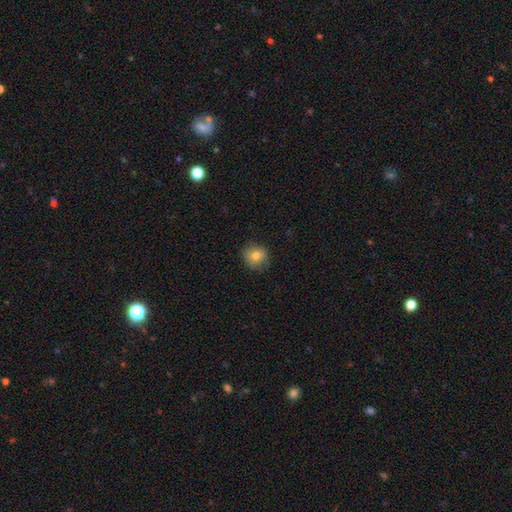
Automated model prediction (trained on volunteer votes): smooth-or-featured: smooth: 79% | featured or disk: 12% | star or artifact: 10%
  how-rounded: round: 85% | in between: 14% | cigar-shaped: 1%
  merging: none: 82% | minor disturbance: 14% | major disturbance: 3% | merger: 1%